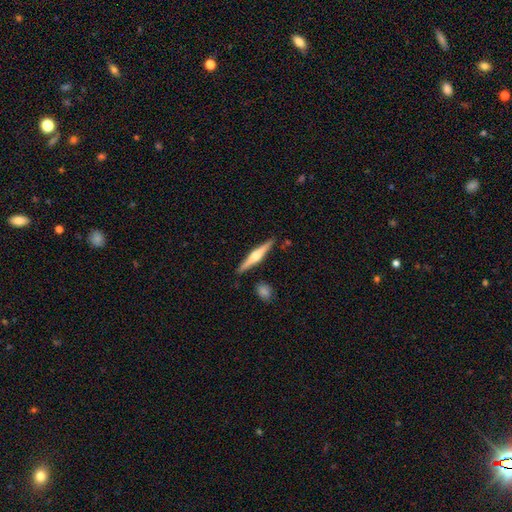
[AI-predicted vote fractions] smooth-or-featured: featured or disk: 69% | smooth: 26% | star or artifact: 5%
  disk-edge-on: yes: 98% | no: 2%
    edge-on-bulge: rounded: 86% | boxy: 10% | none: 4%
  merging: none: 89% | minor disturbance: 7% | merger: 2% | major disturbance: 2%